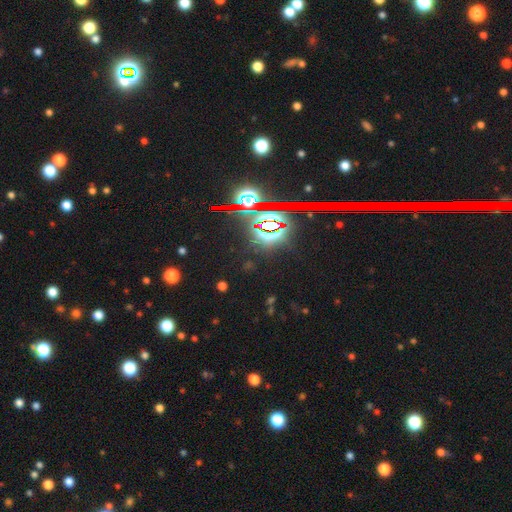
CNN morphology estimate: A star or artifact, not a galaxy (78%).